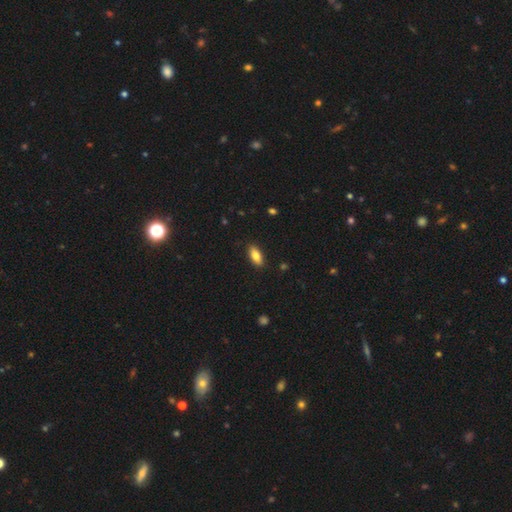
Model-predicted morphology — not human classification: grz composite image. It shows a smooth galaxy with no disk features (83%) that is in between round and cigar-shaped (86%). Merging: none (88%).